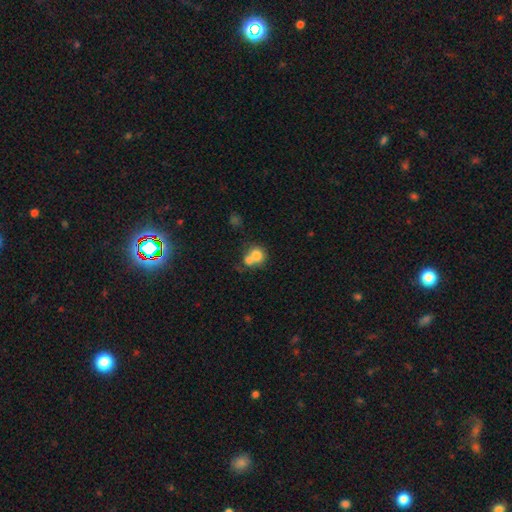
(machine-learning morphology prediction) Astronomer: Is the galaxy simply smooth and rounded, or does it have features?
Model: smooth — 75%.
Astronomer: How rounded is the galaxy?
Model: round — 74%.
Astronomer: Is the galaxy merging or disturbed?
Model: merger — 57%.